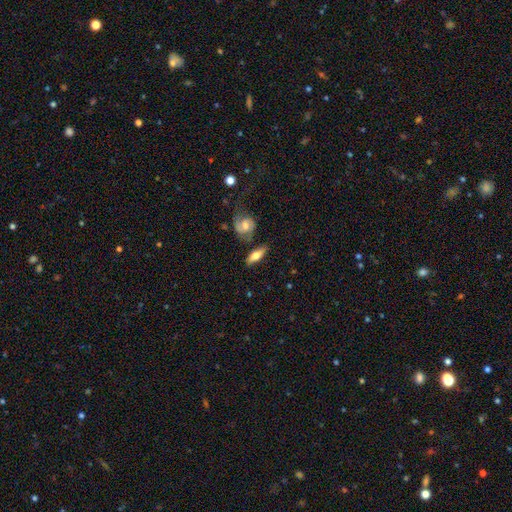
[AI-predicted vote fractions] Overall: smooth (57%; featured or disk 37%). How rounded: in between (58%; cigar-shaped 39%). Merging: none (68%).